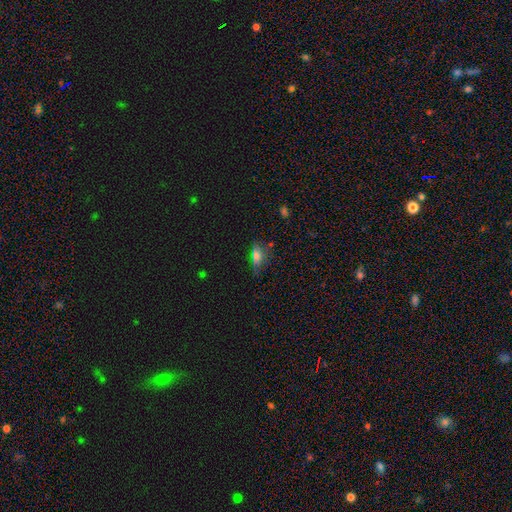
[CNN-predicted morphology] Smooth or featured?
  - smooth: 54% *
  - star or artifact: 33%
  - featured or disk: 14%
How rounded?
  - in between: 72% *
  - round: 16%
  - cigar-shaped: 12%
Merging?
  - none: 66% *
  - minor disturbance: 20%
  - major disturbance: 9%
  - merger: 4%